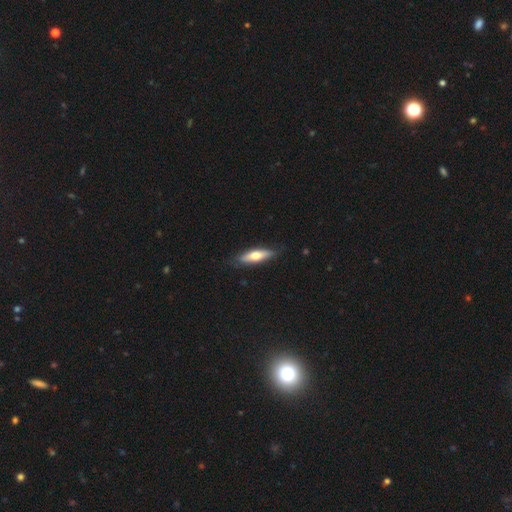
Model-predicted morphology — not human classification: Smooth or featured: smooth — 57% (featured or disk — 38%)
How rounded: cigar-shaped — 60% (in between — 38%)
Merging: none — 82% (minor disturbance — 14%)